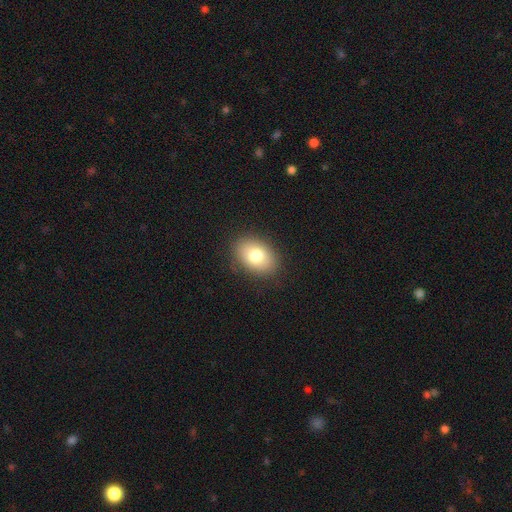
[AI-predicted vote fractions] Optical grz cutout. It shows a smooth galaxy with no disk features (78%) that is in between round and cigar-shaped (79%). Merging: none (87%).